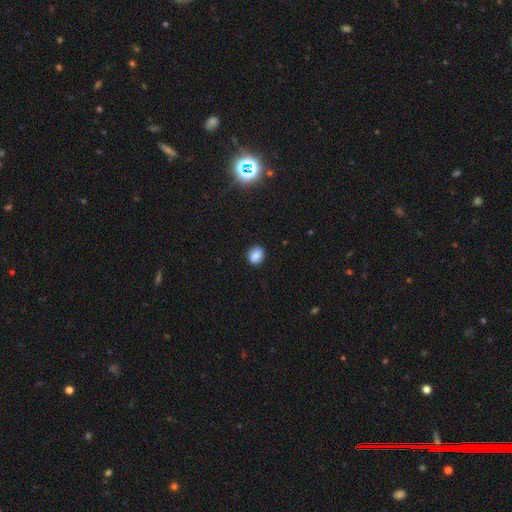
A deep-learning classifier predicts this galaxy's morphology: Smooth or featured? smooth (83%)
How rounded? round (61%)
Merging? none (86%)